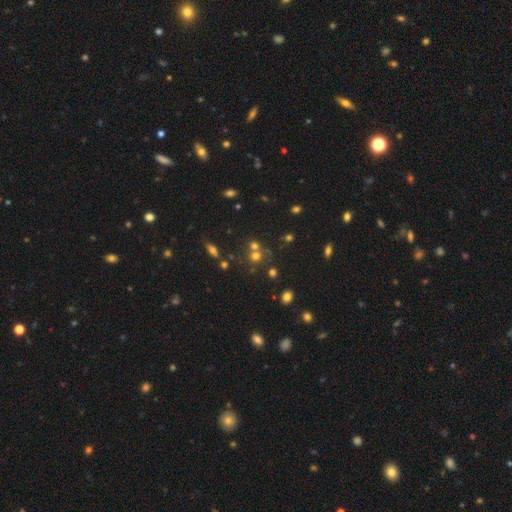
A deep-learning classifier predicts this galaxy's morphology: Smooth or featured: smooth — 57% (star or artifact — 29%)
How rounded: round — 86% (in between — 13%)
Merging: none — 53% (merger — 34%)